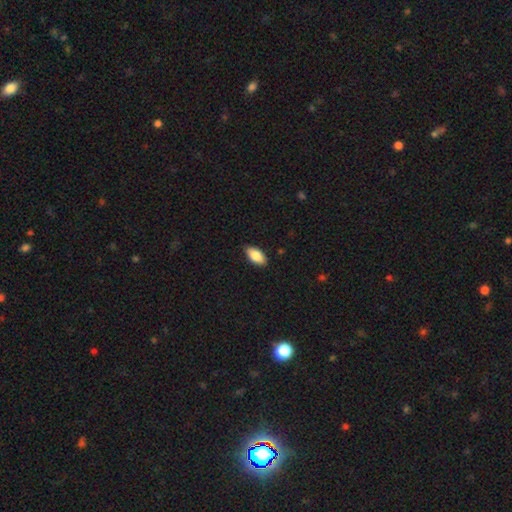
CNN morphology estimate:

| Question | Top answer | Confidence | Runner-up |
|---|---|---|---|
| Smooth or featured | smooth | 85% | featured or disk (9%) |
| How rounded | in between | 91% | cigar-shaped (6%) |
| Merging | none | 86% | minor disturbance (11%) |